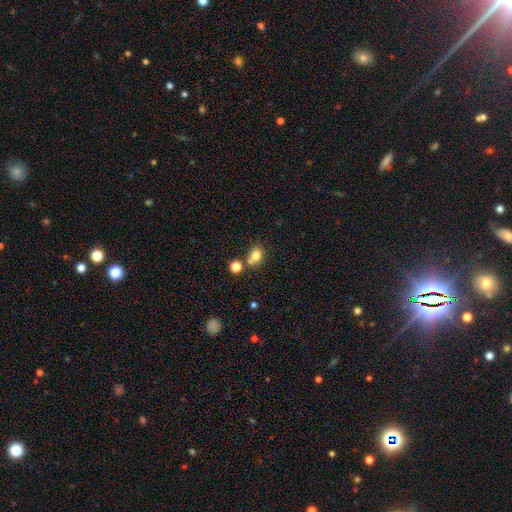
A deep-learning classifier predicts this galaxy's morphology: Overall: smooth (78%). How rounded: round (55%; in between 44%). Merging: none (50%; merger 33%).